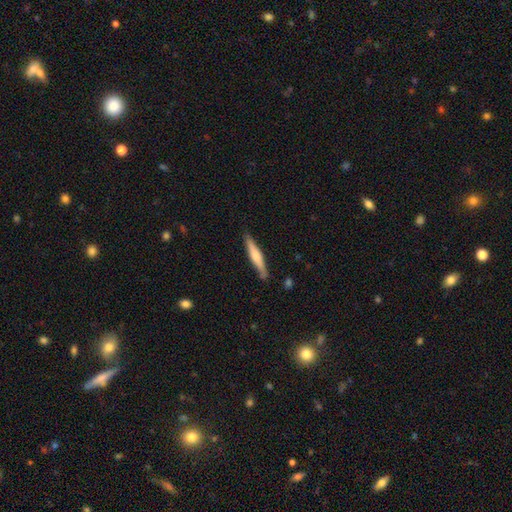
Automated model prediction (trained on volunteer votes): Smooth or featured? smooth (48%)
Merging? none (83%)